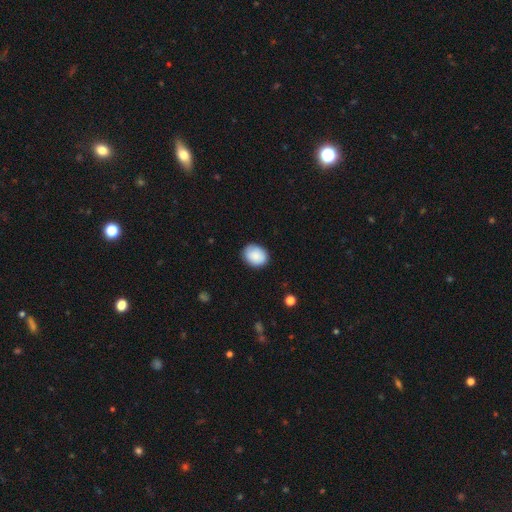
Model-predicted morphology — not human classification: Overall: smooth (86%). How rounded: in between (50%; round 49%). Merging: none (85%).